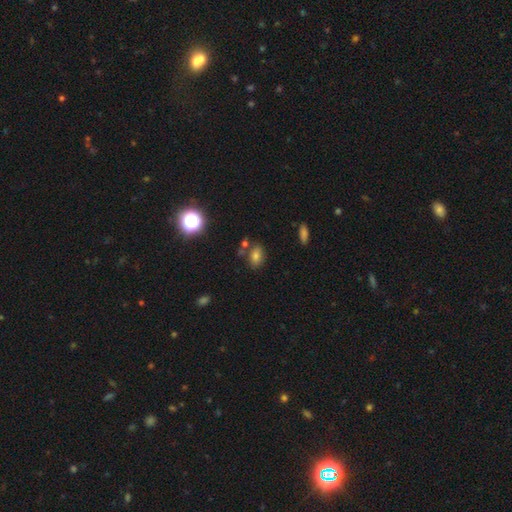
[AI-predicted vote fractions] The model was most divided on "smooth or featured": smooth: 73%, star or artifact: 17%, featured or disk: 11%. More confident: how rounded — in between (79%); merging — none (72%).